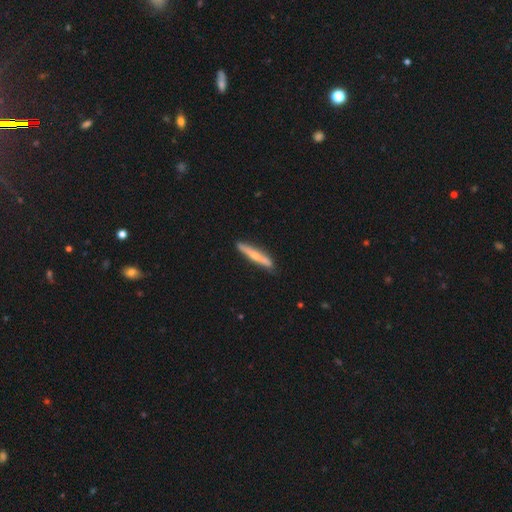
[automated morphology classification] This is possibly a smooth galaxy (47%, tied with featured or disk). Merging: clearly none (86%).